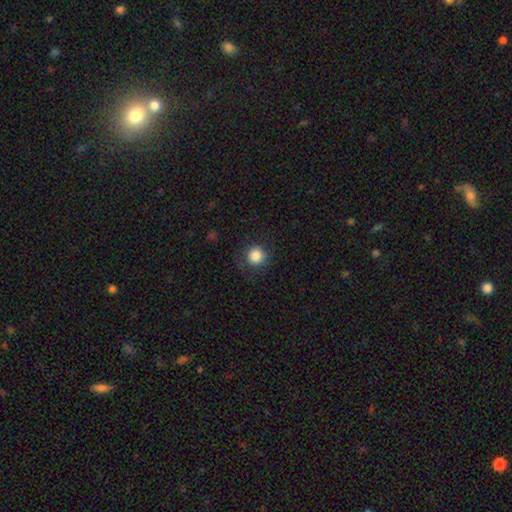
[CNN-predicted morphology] Smooth or featured: smooth — 85% (star or artifact — 10%)
How rounded: round — 95% (in between — 4%)
Merging: none — 87% (minor disturbance — 9%)